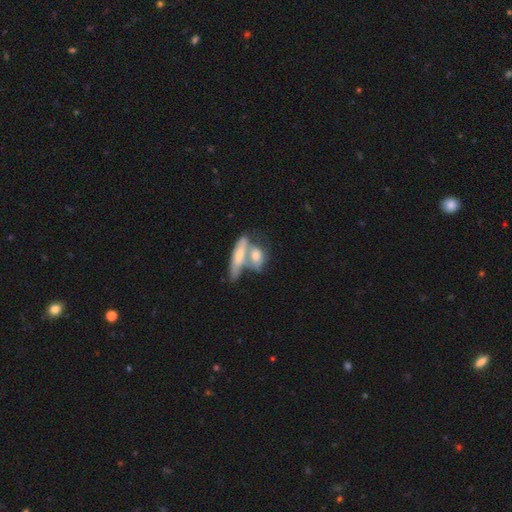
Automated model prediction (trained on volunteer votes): The model was most divided on "smooth or featured": smooth: 61%, featured or disk: 33%, star or artifact: 7%. More confident: how rounded — in between (63%); merging — merger (61%).